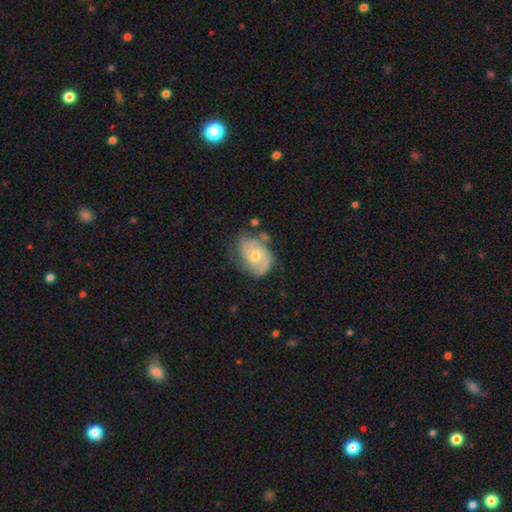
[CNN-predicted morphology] type=featured or disk (59%); edge-on=no (96%); bar=no (73%); spiral arms=yes (78%); bulge=moderate (58%); merging=none (52%).